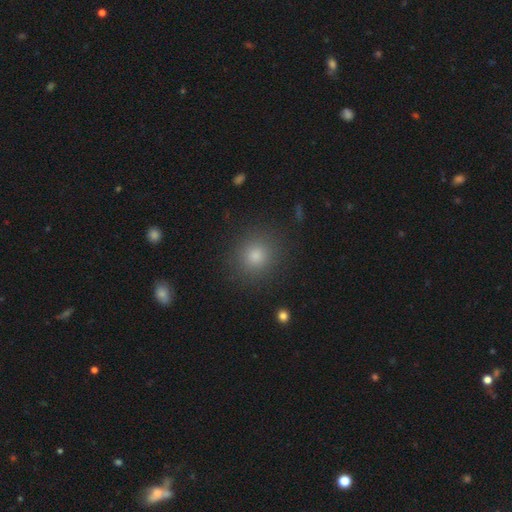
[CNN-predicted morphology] A smooth galaxy with no disk features (80%) that is round (87%).

Vote fractions:
- Smooth or featured? smooth: 80% / star or artifact: 13% / featured or disk: 6%
- How rounded? round: 87% / in between: 12% / cigar-shaped: 1%
- Merging? none: 88% / minor disturbance: 7% / major disturbance: 3% / merger: 2%